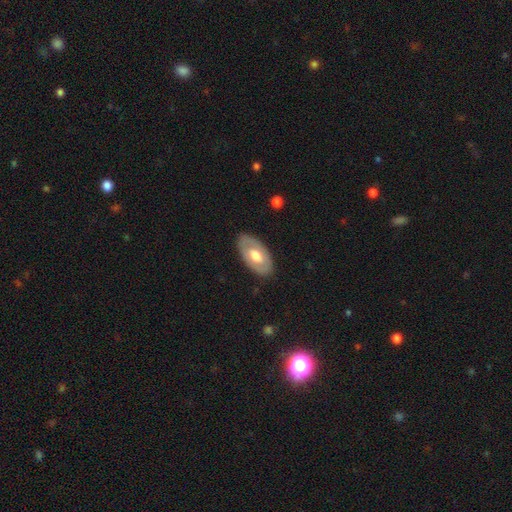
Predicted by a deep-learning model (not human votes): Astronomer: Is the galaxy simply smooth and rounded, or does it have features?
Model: featured or disk — 50% (runner-up: smooth, 45%).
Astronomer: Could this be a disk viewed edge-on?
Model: no — 87%.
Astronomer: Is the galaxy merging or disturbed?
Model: none — 83%.